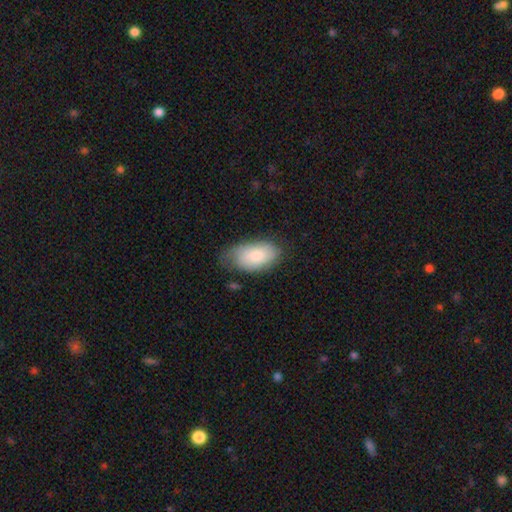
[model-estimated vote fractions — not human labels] smooth-or-featured: smooth: 75% | featured or disk: 19% | star or artifact: 6%
  how-rounded: in between: 94% | round: 4% | cigar-shaped: 2%
  merging: none: 58% | minor disturbance: 31% | major disturbance: 9% | merger: 2%